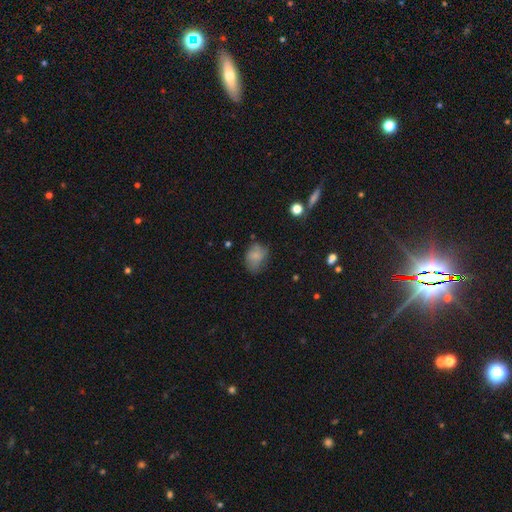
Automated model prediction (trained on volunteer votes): Smooth or featured? smooth (72%)
How rounded? in between (63%)
Merging? none (50%)